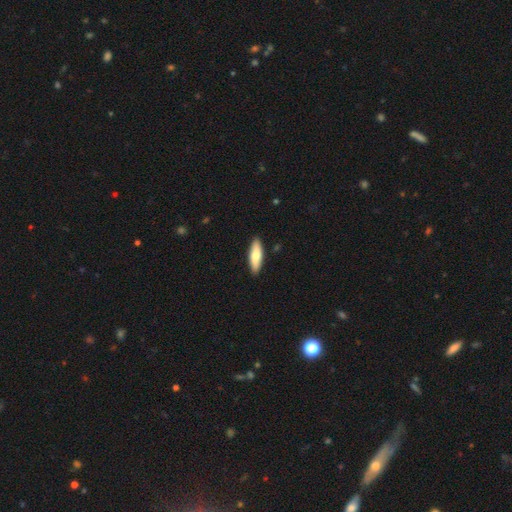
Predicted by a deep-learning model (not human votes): smooth_or_featured: smooth (p=0.74) [alt: featured or disk p=0.21]
how_rounded: cigar-shaped (p=0.51) [alt: in between p=0.47]
merging: none (p=0.90) [alt: minor disturbance p=0.08]